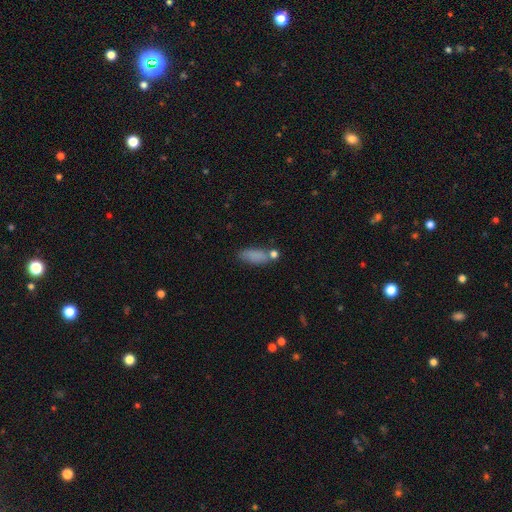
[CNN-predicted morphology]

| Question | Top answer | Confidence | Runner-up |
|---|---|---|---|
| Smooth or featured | smooth | 81% | star or artifact (10%) |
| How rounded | in between | 74% | cigar-shaped (23%) |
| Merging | none | 59% | minor disturbance (18%) |